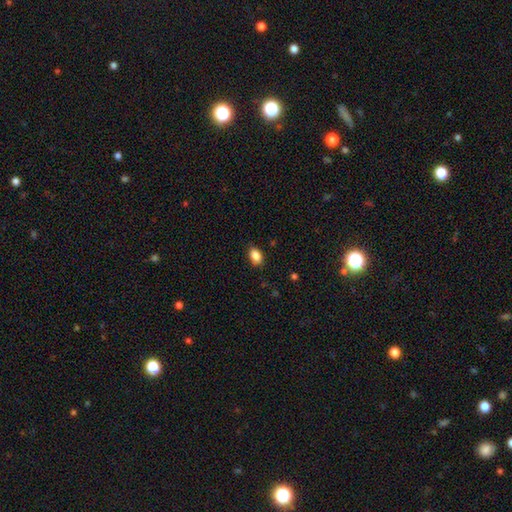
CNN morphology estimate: Smooth or featured? smooth (87%)
How rounded? in between (87%)
Merging? none (85%)